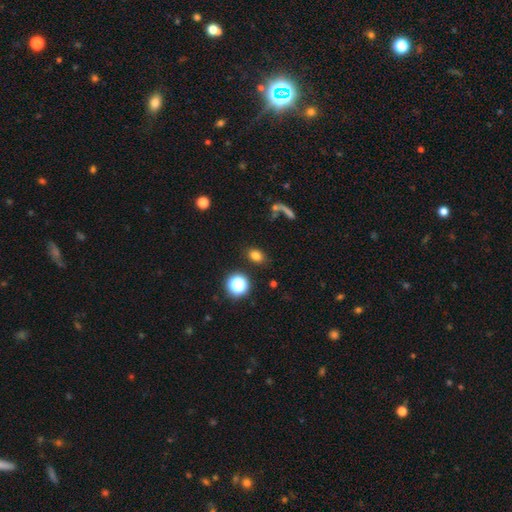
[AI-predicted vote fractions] Q: Smooth or featured?
A: smooth (77%); runner-up: star or artifact (16%)
Q: How rounded?
A: in between (67%); runner-up: round (31%)
Q: Merging?
A: none (83%); runner-up: minor disturbance (8%)